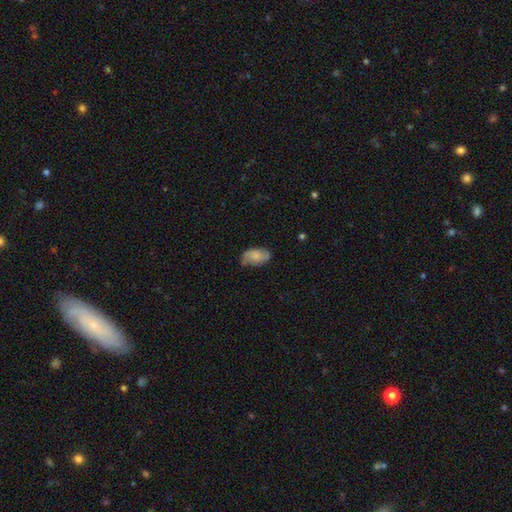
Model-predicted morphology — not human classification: The model was most divided on "smooth or featured": smooth: 57%, featured or disk: 36%, star or artifact: 7%. More confident: how rounded — in between (91%); merging — none (62%).